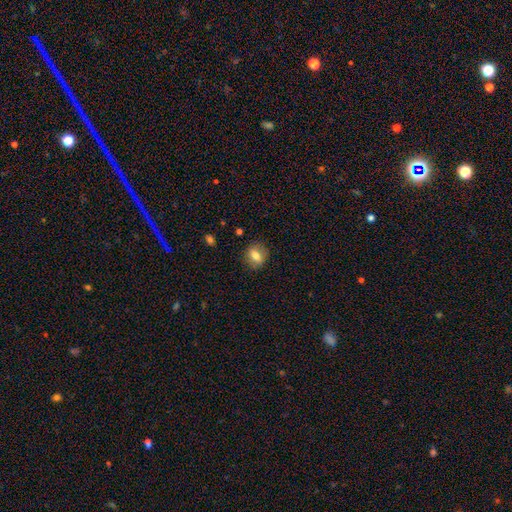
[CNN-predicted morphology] The model was most divided on "how rounded": round: 49%, in between: 48%, cigar-shaped: 3%. More confident: merging — none (82%); smooth or featured — smooth (69%).